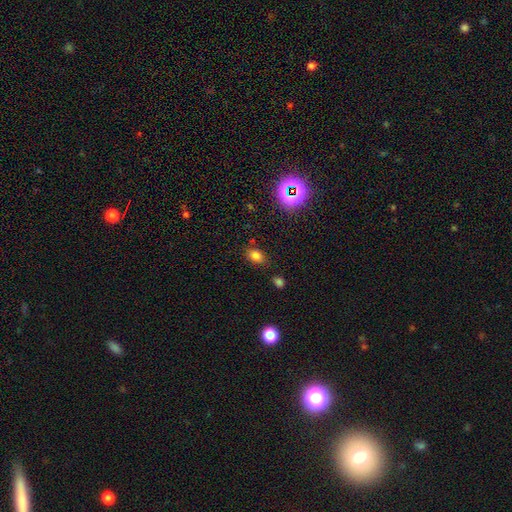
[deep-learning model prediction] smooth 76%, star or artifact 17%, featured or disk 7%. Down the decision tree: how rounded — in between (74%); merging — none (79%).